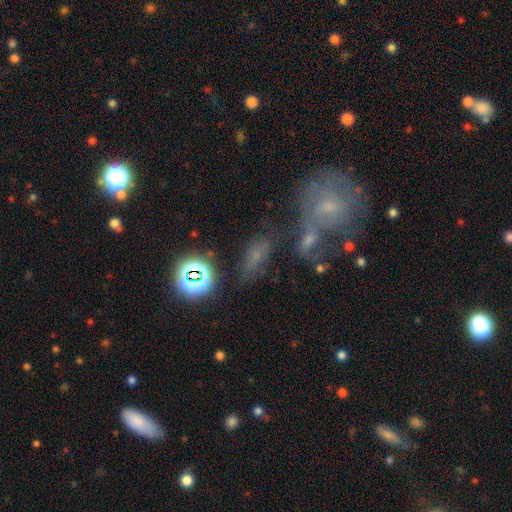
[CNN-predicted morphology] Q: Smooth or featured?
A: smooth (46%); runner-up: star or artifact (34%)
Q: Merging?
A: none (51%); runner-up: merger (23%)